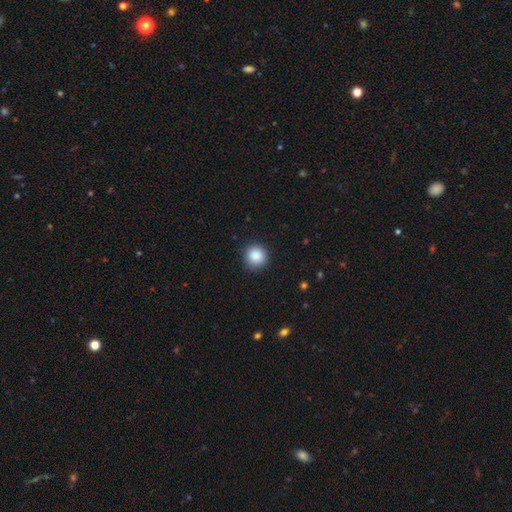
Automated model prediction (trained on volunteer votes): smooth_or_featured: smooth (p=0.88) [alt: star or artifact p=0.09]
how_rounded: round (p=0.94) [alt: in between p=0.06]
merging: none (p=0.88) [alt: minor disturbance p=0.08]